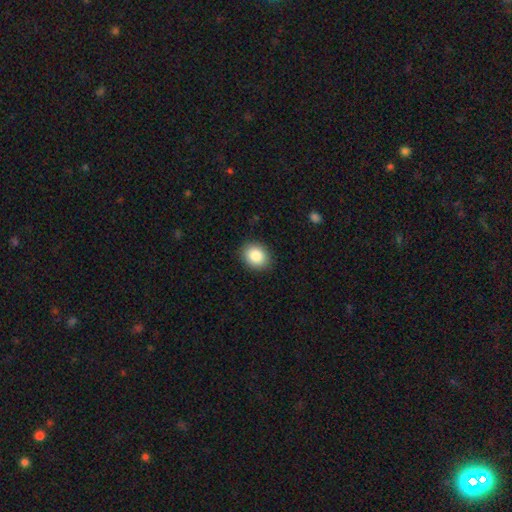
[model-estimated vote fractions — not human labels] This is clearly a smooth galaxy (86%). How rounded: possibly in between (50%, tied with round). Merging: clearly none (89%).